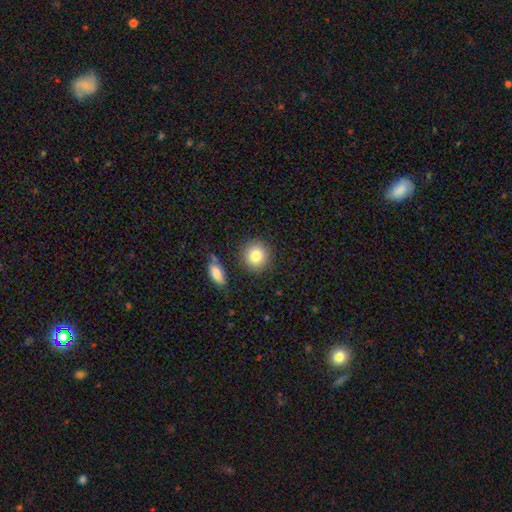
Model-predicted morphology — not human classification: Smooth or featured?
  - smooth: 84% *
  - star or artifact: 8%
  - featured or disk: 8%
How rounded?
  - round: 90% *
  - in between: 9%
  - cigar-shaped: 1%
Merging?
  - none: 84% *
  - minor disturbance: 9%
  - merger: 4%
  - major disturbance: 3%